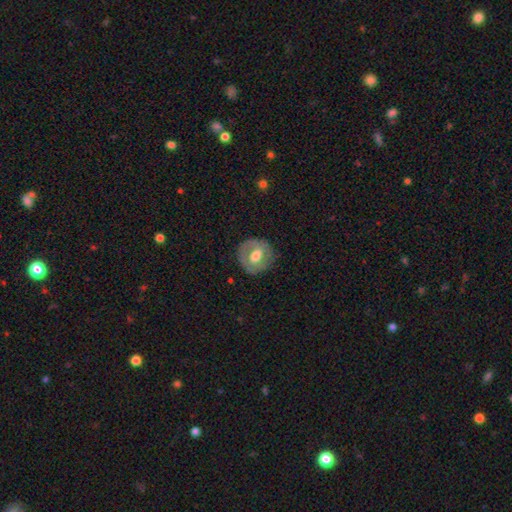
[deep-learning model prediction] Smooth or featured? smooth (47%, tied with featured or disk)
Merging? none (81%)